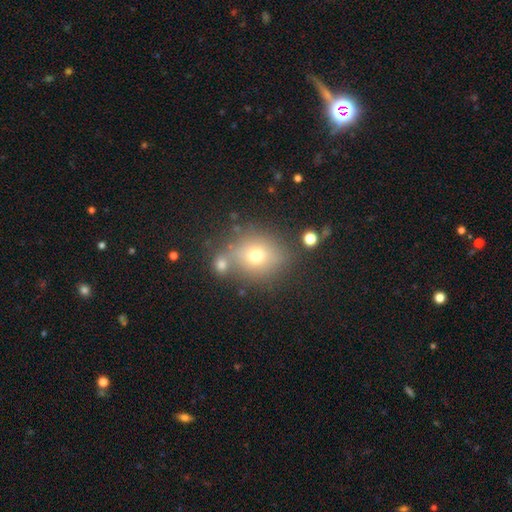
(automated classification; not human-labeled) smooth-or-featured: smooth: 67% | star or artifact: 16% | featured or disk: 16%
  how-rounded: round: 66% | in between: 32% | cigar-shaped: 1%
  merging: none: 66% | merger: 16% | minor disturbance: 13% | major disturbance: 5%